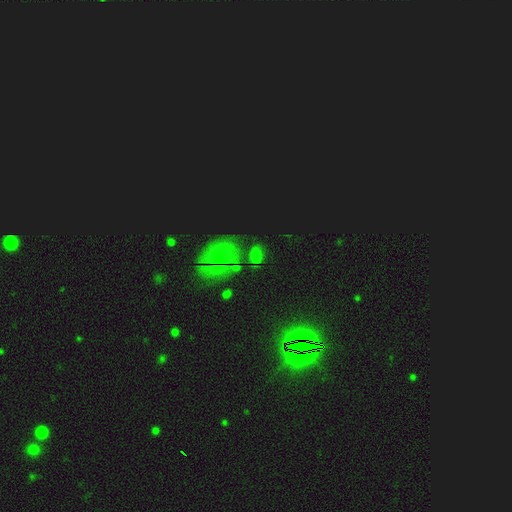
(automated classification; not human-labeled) Smooth or featured? Predicted: smooth (p=0.47). Merging? Predicted: none (p=0.65).